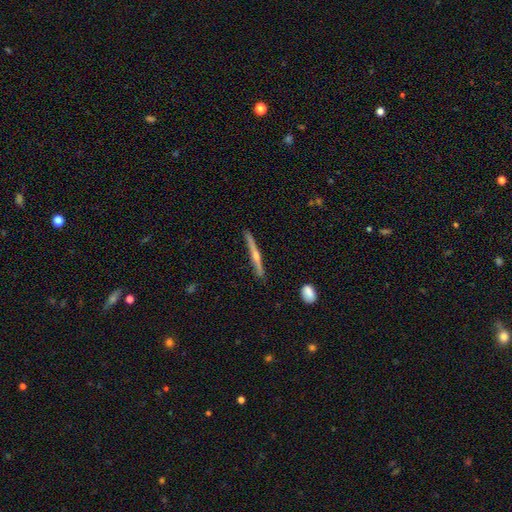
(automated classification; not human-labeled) This is likely a featured or disk galaxy (72%). It is clearly viewed edge-on (98%). Edge-on bulge: clearly rounded (88%). Merging: clearly none (89%).